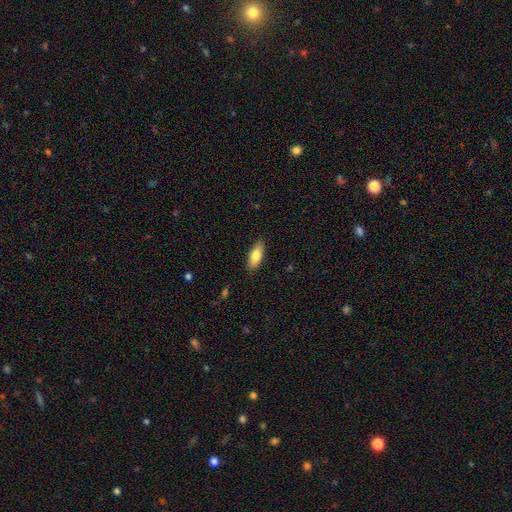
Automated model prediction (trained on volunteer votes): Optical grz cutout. It shows a smooth galaxy with no disk features (78%) that is in between round and cigar-shaped (76%). Merging: none (88%).